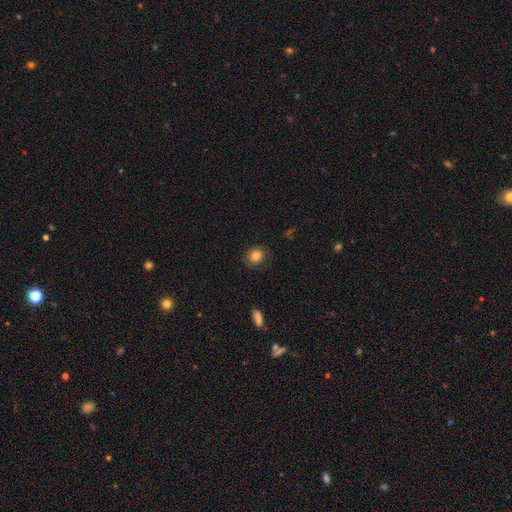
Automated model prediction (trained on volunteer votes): A smooth galaxy with no disk features (82%) that is round (77%).

Vote fractions:
- Smooth or featured? smooth: 82% / star or artifact: 10% / featured or disk: 8%
- How rounded? round: 77% / in between: 22% / cigar-shaped: 1%
- Merging? none: 84% / minor disturbance: 12% / major disturbance: 3% / merger: 1%